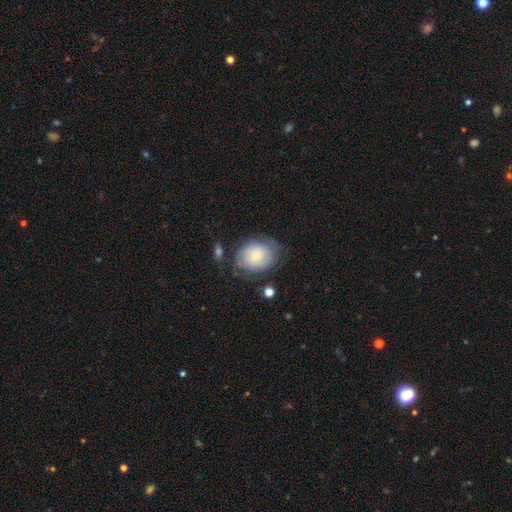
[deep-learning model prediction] Smooth or featured: smooth — 66% (featured or disk — 26%)
How rounded: in between — 52% (round — 47%)
Merging: none — 59% (minor disturbance — 25%)